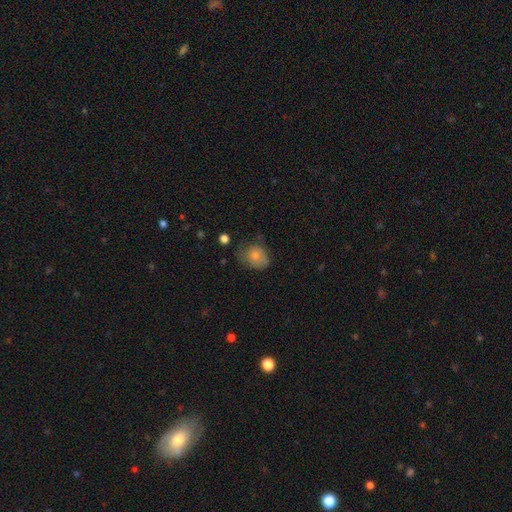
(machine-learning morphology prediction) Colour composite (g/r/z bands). It shows a smooth galaxy with no disk features (77%) that is round (53%). Merging: none (48%).